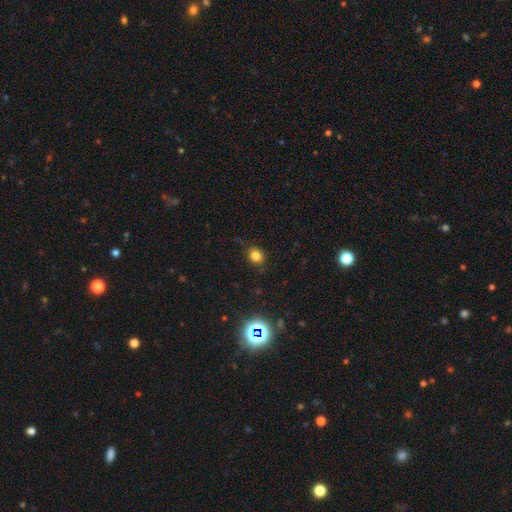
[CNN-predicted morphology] Smooth or featured? smooth (79%)
How rounded? round (64%)
Merging? none (83%)